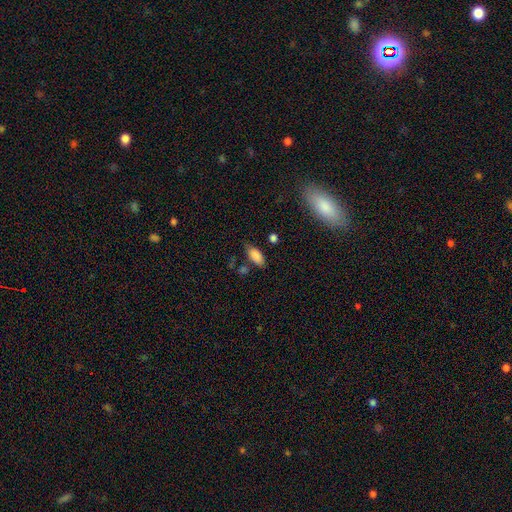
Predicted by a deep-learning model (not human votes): Smooth or featured? Predicted: smooth (p=0.86). How rounded? Predicted: in between (p=0.88). Merging? Predicted: none (p=0.74).